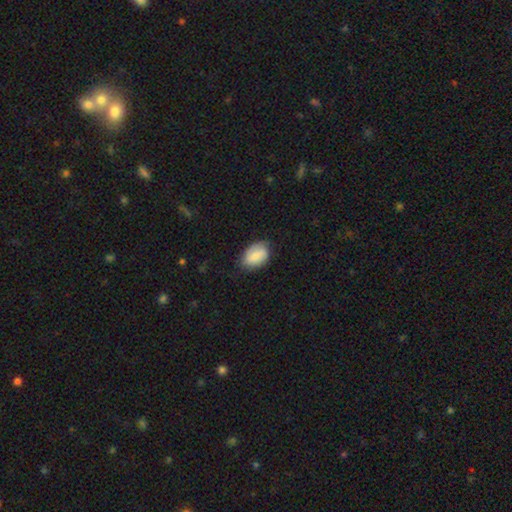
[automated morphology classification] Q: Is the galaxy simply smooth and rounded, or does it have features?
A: smooth — 75%.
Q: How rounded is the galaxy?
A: in between — 87%.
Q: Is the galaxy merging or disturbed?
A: none — 71%.